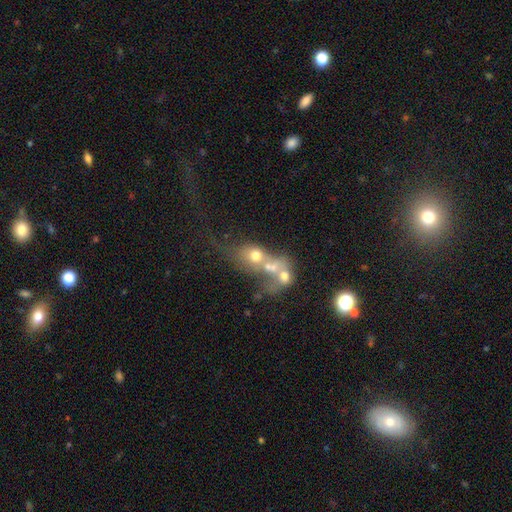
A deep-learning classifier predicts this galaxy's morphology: smooth_or_featured: smooth (p=0.50) [alt: featured or disk p=0.34]
merging: merger (p=0.64) [alt: none p=0.16]